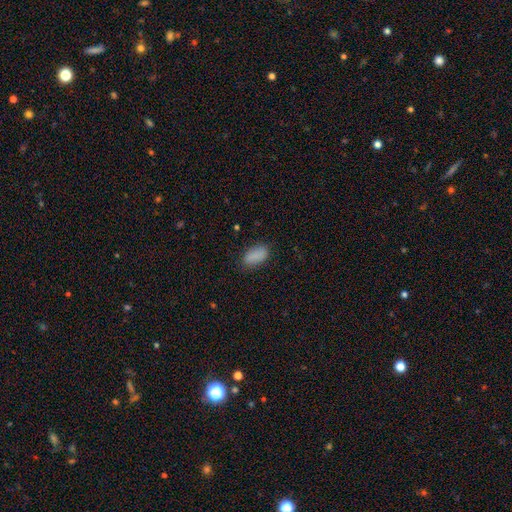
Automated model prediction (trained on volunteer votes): Q: Smooth or featured?
A: smooth (87%); runner-up: star or artifact (8%)
Q: How rounded?
A: in between (93%); runner-up: round (5%)
Q: Merging?
A: none (81%); runner-up: minor disturbance (14%)